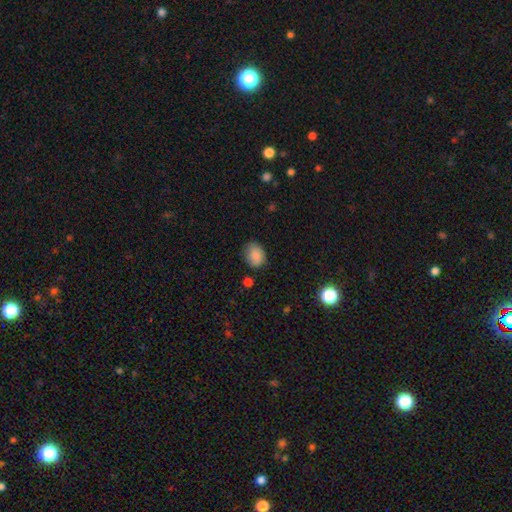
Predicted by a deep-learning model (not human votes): The model was most divided on "how rounded": in between: 60%, round: 39%, cigar-shaped: 1%. More confident: smooth or featured — smooth (83%); merging — none (72%).